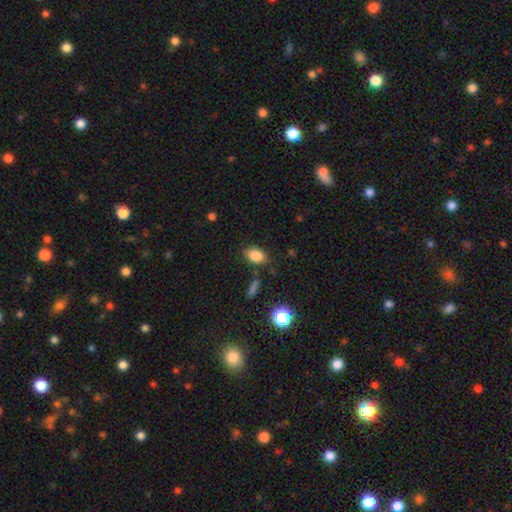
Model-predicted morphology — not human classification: A smooth galaxy with no disk features (84%) that is in between round and cigar-shaped (85%). Merging: none (80%).